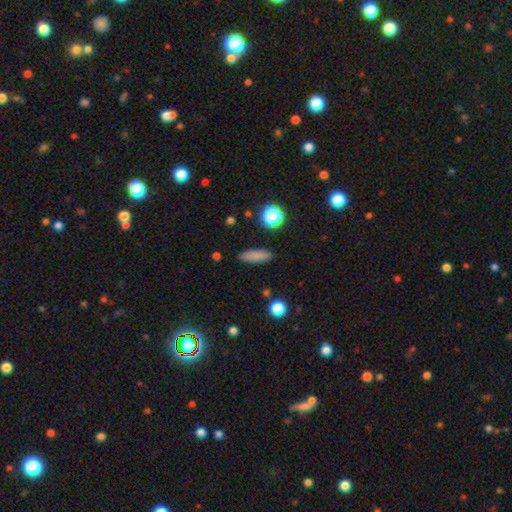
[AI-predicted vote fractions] The model was most divided on "how rounded": cigar-shaped: 56%, in between: 40%, round: 4%. More confident: merging — none (88%); smooth or featured — smooth (83%).